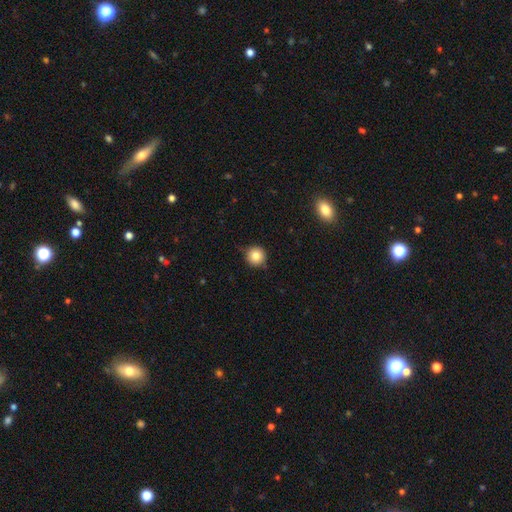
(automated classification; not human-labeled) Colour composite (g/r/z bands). It shows a smooth galaxy with no disk features (82%) that is round (95%). Merging: none (81%).